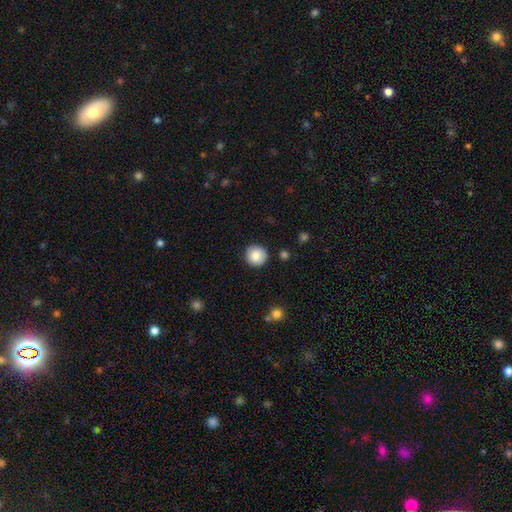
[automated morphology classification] type=smooth (85%); roundness=round (95%); merging=none (91%).